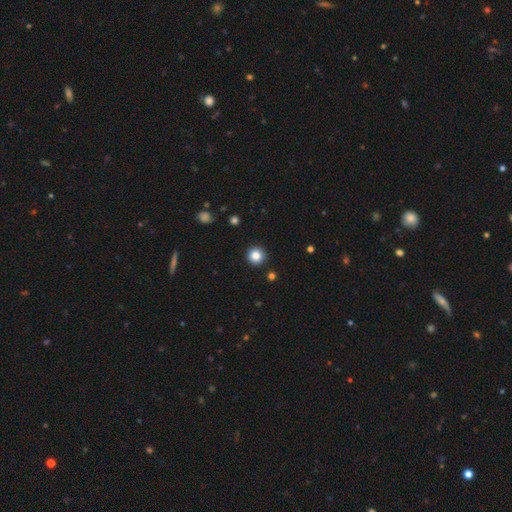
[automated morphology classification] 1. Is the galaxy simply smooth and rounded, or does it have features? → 85% smooth, 11% star or artifact, 4% featured or disk.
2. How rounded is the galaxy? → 95% round, 4% in between, 1% cigar-shaped.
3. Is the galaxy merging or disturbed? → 92% none, 5% minor disturbance, 2% major disturbance, 1% merger.